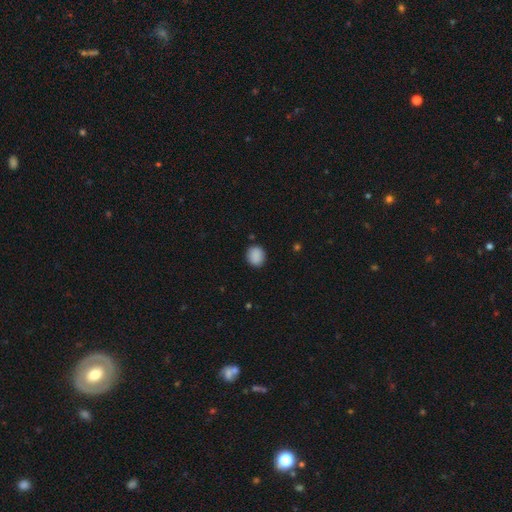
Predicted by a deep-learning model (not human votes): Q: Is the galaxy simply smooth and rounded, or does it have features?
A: smooth — 89%.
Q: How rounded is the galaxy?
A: round — 73%.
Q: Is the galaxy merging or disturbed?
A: none — 86%.